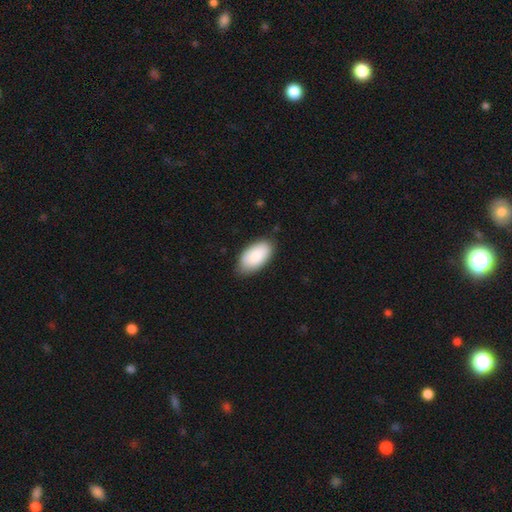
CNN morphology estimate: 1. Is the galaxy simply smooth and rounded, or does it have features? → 87% smooth, 7% featured or disk, 6% star or artifact.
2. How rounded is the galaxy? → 96% in between, 2% round, 2% cigar-shaped.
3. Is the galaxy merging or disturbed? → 80% none, 16% minor disturbance, 3% major disturbance, 1% merger.